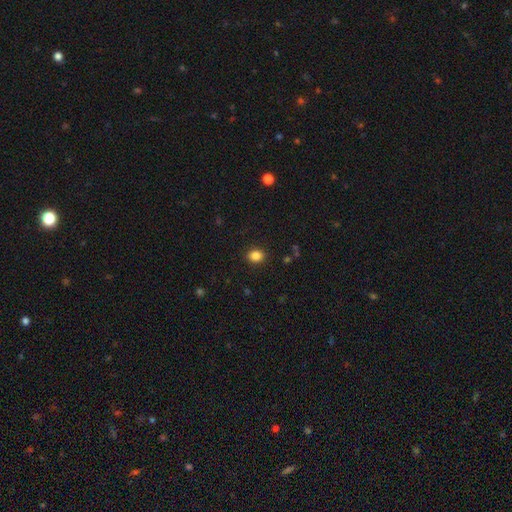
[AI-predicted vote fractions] A smooth galaxy with no disk features (85%) that is round (53%).

Vote fractions:
- Smooth or featured? smooth: 85% / star or artifact: 11% / featured or disk: 4%
- How rounded? round: 53% / in between: 46% / cigar-shaped: 1%
- Merging? none: 90% / minor disturbance: 7% / major disturbance: 2% / merger: 1%